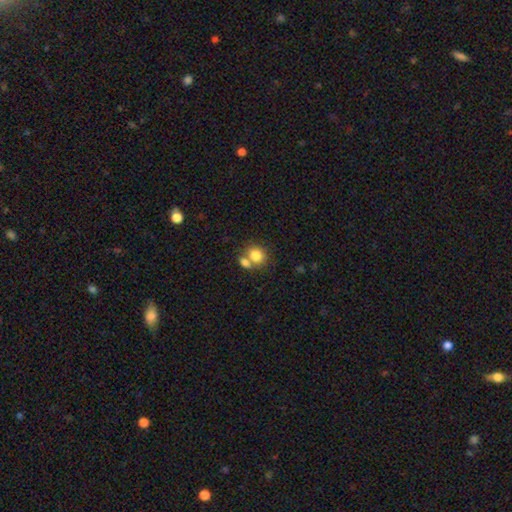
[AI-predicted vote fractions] Morphology: type=smooth (80%); roundness=round (71%); merging=none (44%, tied with merger).